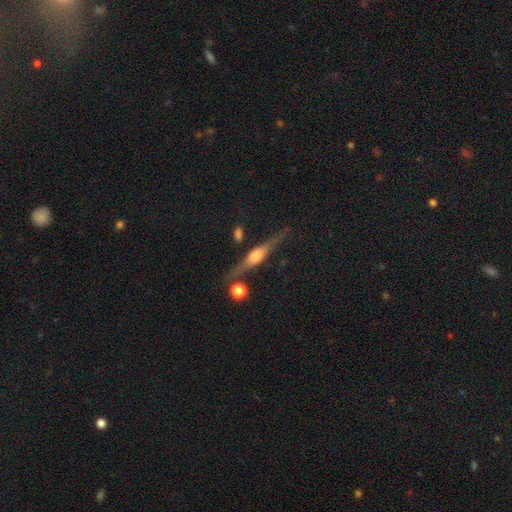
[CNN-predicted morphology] Q: Smooth or featured?
A: featured or disk (81%); runner-up: smooth (12%)
Q: Edge-on disk?
A: yes (97%); runner-up: no (3%)
Q: Edge-on bulge?
A: rounded (83%); runner-up: boxy (13%)
Q: Merging?
A: none (81%); runner-up: minor disturbance (11%)